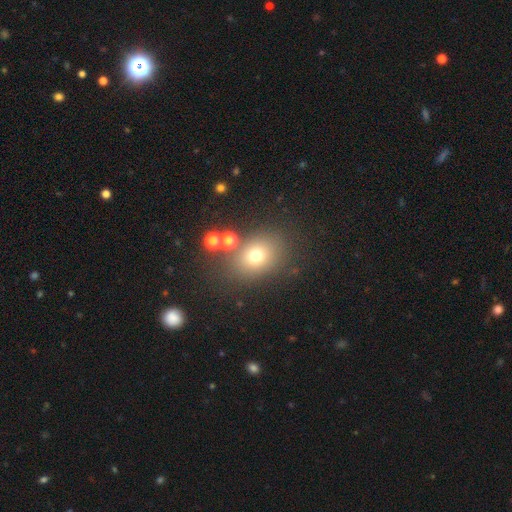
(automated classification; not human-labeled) Smooth or featured? smooth (71%)
How rounded? round (51%)
Merging? none (75%)